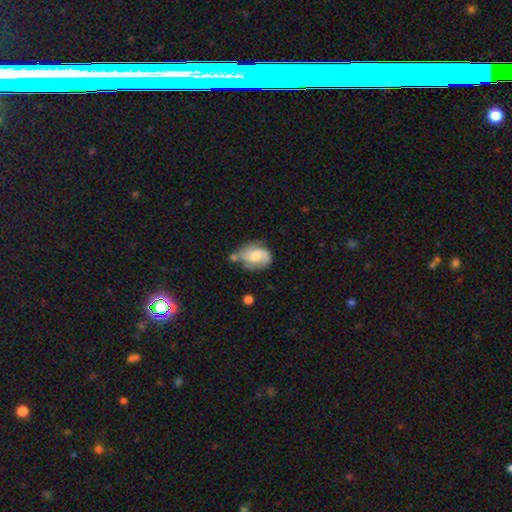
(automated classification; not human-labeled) featured or disk 57%, smooth 36%, star or artifact 8%. Down the decision tree: edge-on disk — no (97%); bar — no (63%); spiral arms — yes (87%); bulge size — moderate (43%); merging — none (43%).